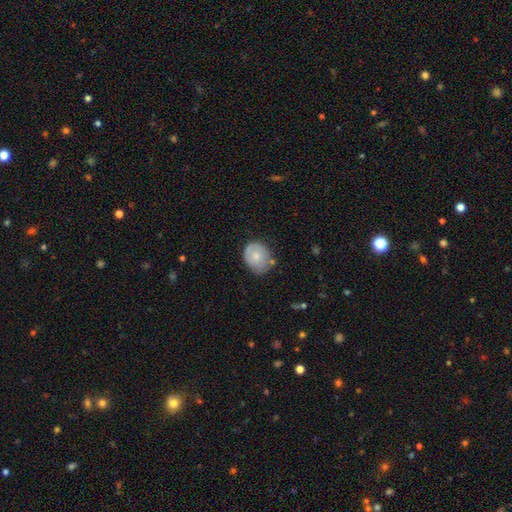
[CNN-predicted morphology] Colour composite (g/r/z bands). It shows a smooth galaxy with no disk features (67%) that is round (58%). Merging: none (62%).